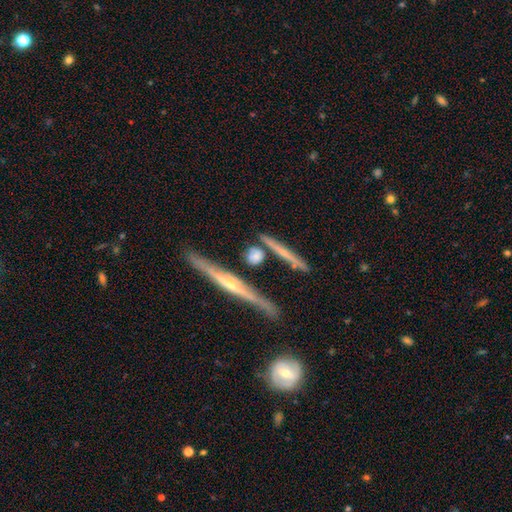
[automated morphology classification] Smooth or featured? Predicted: featured or disk (p=0.50). Edge-on disk? Predicted: yes (p=0.90). Merging? Predicted: none (p=0.73).